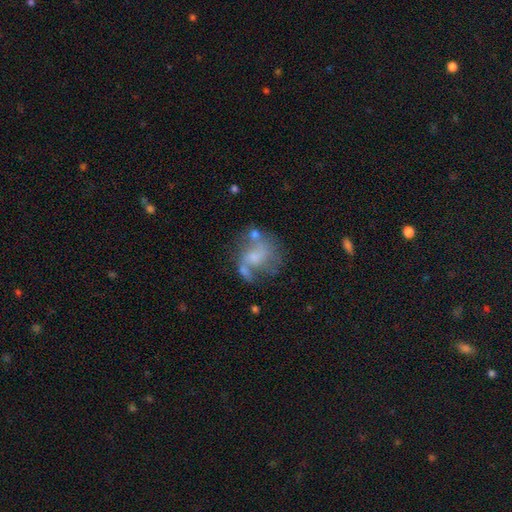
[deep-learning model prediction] Overall: featured or disk (53%; smooth 35%). Edge-on disk: no (97%). Bar: no (66%; weak 28%). Spiral arms: no (51%; yes 49%). Bulge size: small (41%; moderate 29%). Merging: none (33%; major disturbance 26%).